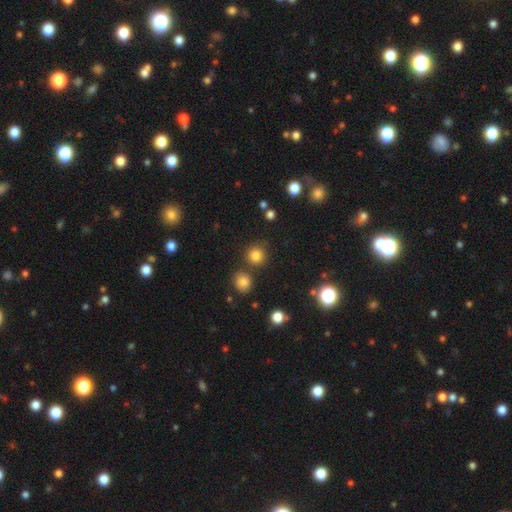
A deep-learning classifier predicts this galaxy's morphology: Smooth or featured: smooth — 82% (star or artifact — 14%)
How rounded: round — 92% (in between — 7%)
Merging: none — 83% (minor disturbance — 7%)